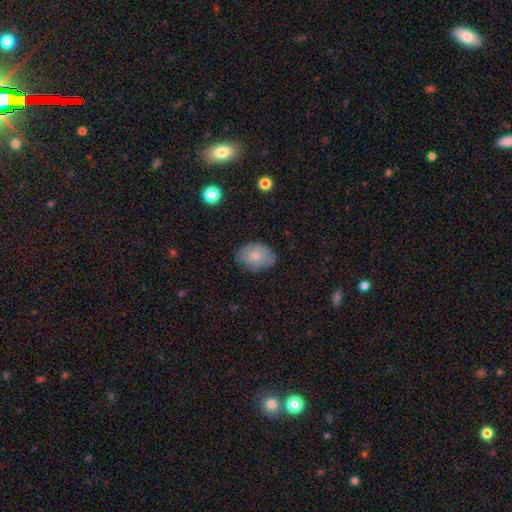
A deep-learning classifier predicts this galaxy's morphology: The model was most divided on "merging": none: 72%, minor disturbance: 22%, major disturbance: 5%, merger: 1%. More confident: how rounded — in between (78%); smooth or featured — smooth (75%).